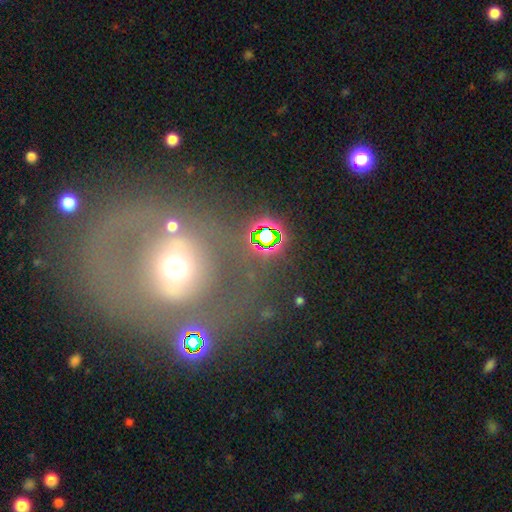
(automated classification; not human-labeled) Smooth or featured?
  - featured or disk: 55% *
  - smooth: 31%
  - star or artifact: 15%
Edge-on disk?
  - no: 95% *
  - yes: 5%
Bar?
  - no: 66% *
  - weak: 23%
  - strong: 11%
Spiral arms?
  - no: 66% *
  - yes: 34%
Bulge size?
  - moderate: 60% *
  - small: 23%
  - large: 12%
  - dominant: 3%
  - none: 2%
Merging?
  - none: 62% *
  - major disturbance: 16%
  - minor disturbance: 16%
  - merger: 6%